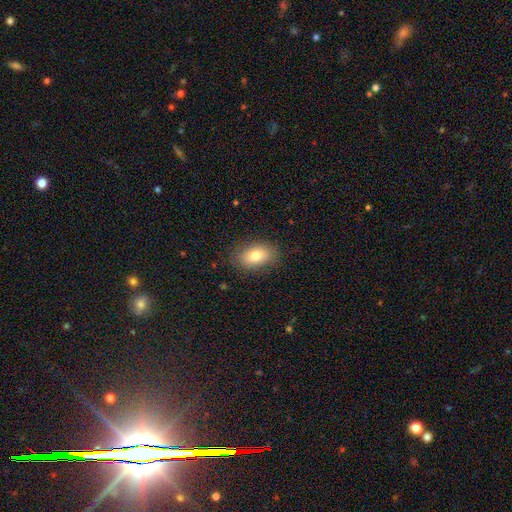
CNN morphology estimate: A smooth galaxy with no disk features (79%) that is in between round and cigar-shaped (86%).

Vote fractions:
- Smooth or featured? smooth: 79% / featured or disk: 13% / star or artifact: 9%
- How rounded? in between: 86% / round: 12% / cigar-shaped: 2%
- Merging? none: 85% / minor disturbance: 11% / major disturbance: 3% / merger: 1%